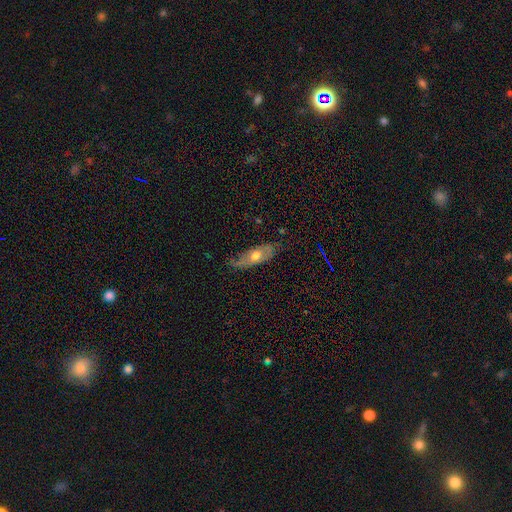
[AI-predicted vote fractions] This is possibly a featured or disk galaxy (47%). Merging: likely none (63%).